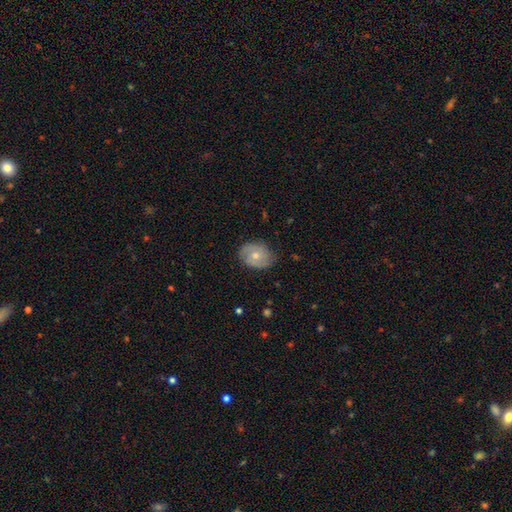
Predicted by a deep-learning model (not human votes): A featured or disk galaxy (55%) with no bar (70%), spiral arms (83%) and a moderate central bulge (57%).

Vote fractions:
- Smooth or featured? featured or disk: 55% / smooth: 39% / star or artifact: 7%
- Edge-on disk? no: 96% / yes: 4%
- Bar? no: 70% / weak: 26% / strong: 4%
- Spiral arms? yes: 83% / no: 17%
- Bulge size? moderate: 57% / small: 38% / large: 2% / none: 2% / dominant: 1%
- Merging? none: 77% / minor disturbance: 18% / major disturbance: 4% / merger: 1%